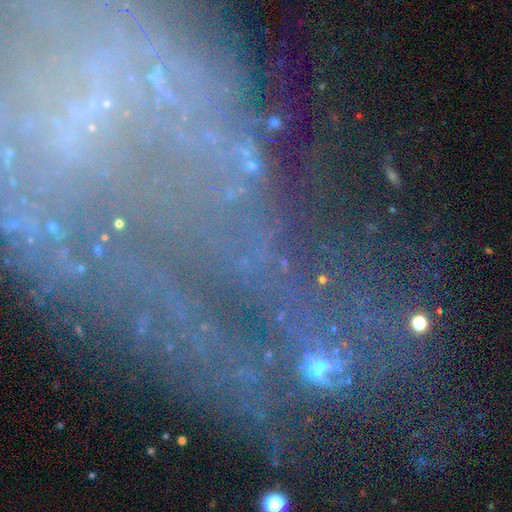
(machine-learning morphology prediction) A star or artifact, not a galaxy (63%).